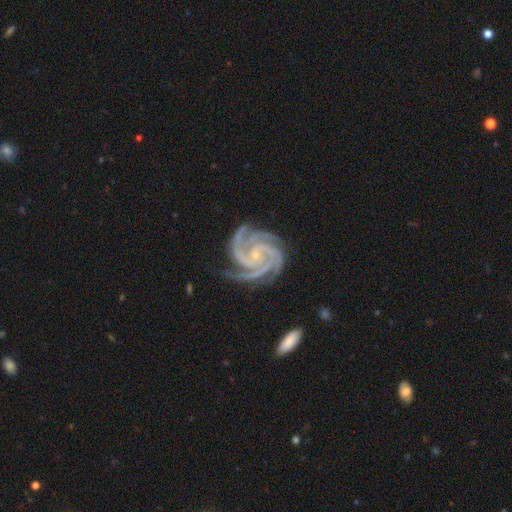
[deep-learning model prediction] Morphology: type=featured or disk (94%); edge-on=no (98%); bar=no (66%); spiral arms=yes (99%); winding=tight (73%); arm count=4 (43%); bulge=small (83%); merging=none (77%).